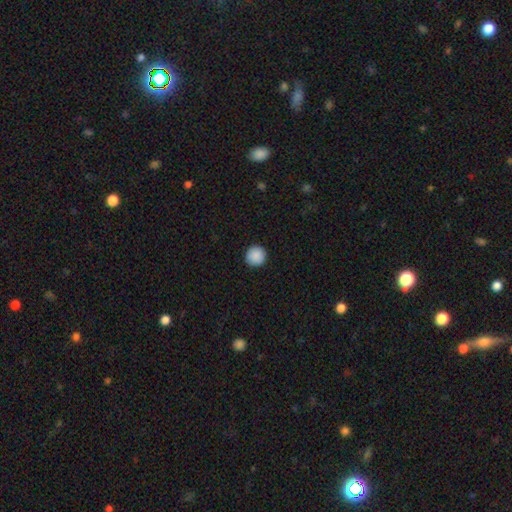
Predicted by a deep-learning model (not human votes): smooth-or-featured: smooth: 90% | star or artifact: 8% | featured or disk: 2%
  how-rounded: round: 96% | in between: 3% | cigar-shaped: 1%
  merging: none: 93% | minor disturbance: 4% | major disturbance: 1% | merger: 1%